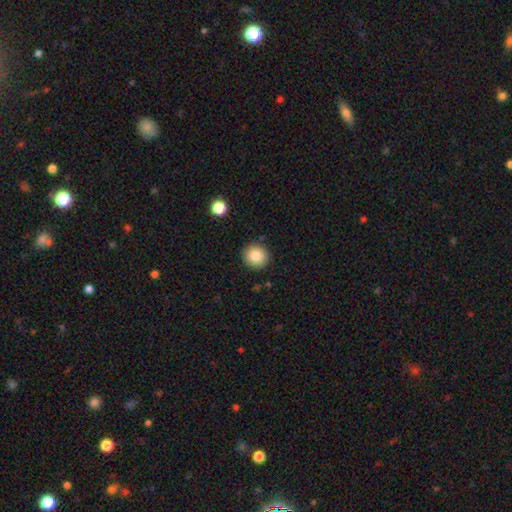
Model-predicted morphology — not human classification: A smooth galaxy with no disk features (84%) that is round (92%). Merging: none (90%).